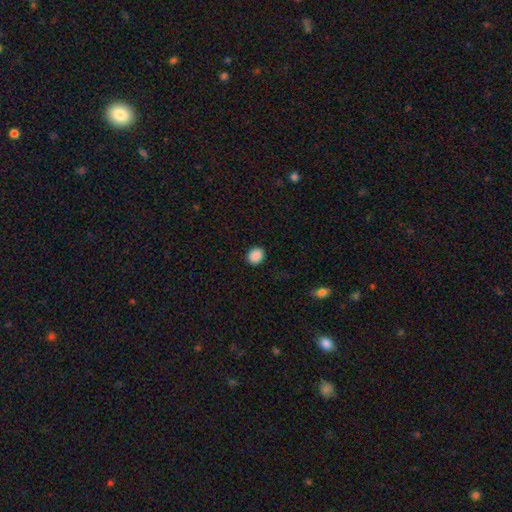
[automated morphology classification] The model was most divided on "how rounded": round: 73%, in between: 26%, cigar-shaped: 1%. More confident: merging — none (91%); smooth or featured — smooth (89%).